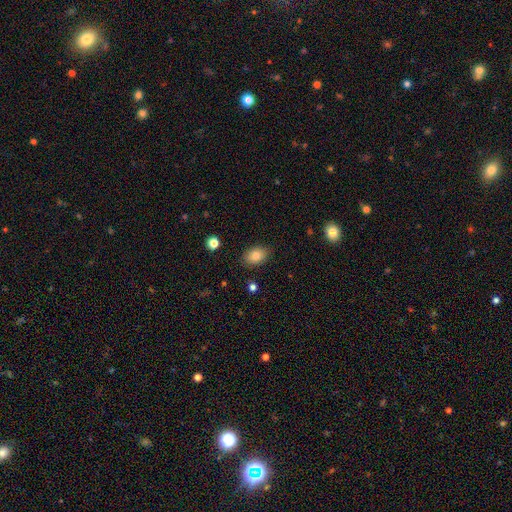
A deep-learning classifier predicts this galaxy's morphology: Smooth or featured: smooth — 80% (featured or disk — 10%)
How rounded: in between — 79% (round — 20%)
Merging: none — 85% (minor disturbance — 11%)